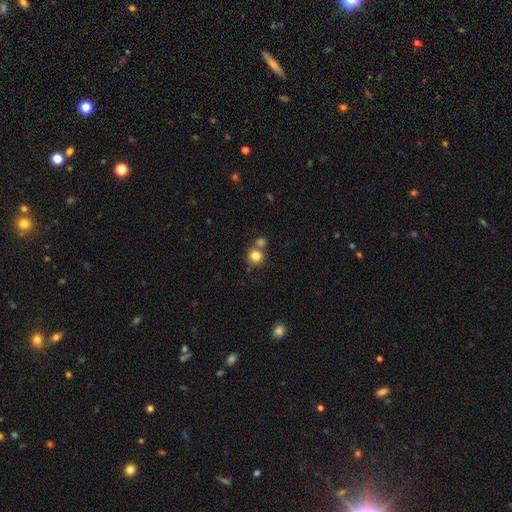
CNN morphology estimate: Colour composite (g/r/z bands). It shows a smooth galaxy with no disk features (81%) that is round (89%). Merging: none (60%).